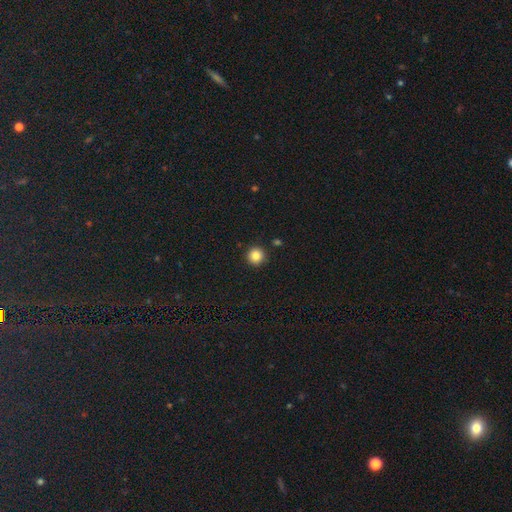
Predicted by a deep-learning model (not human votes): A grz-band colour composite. It shows a smooth galaxy with no disk features (85%) that is round (96%). Merging: none (92%).